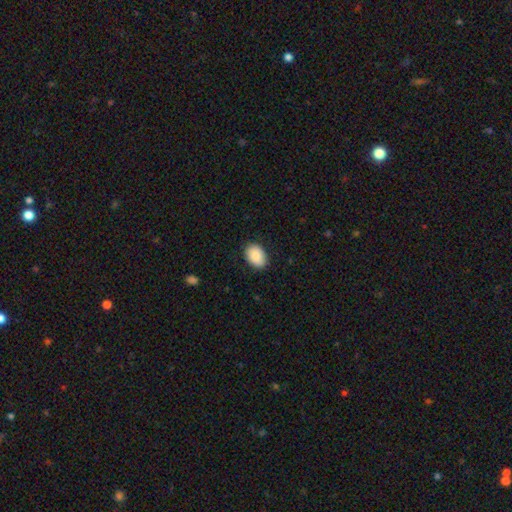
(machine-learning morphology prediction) This is clearly a smooth galaxy (89%). How rounded: clearly in between (83%). Merging: clearly none (87%).